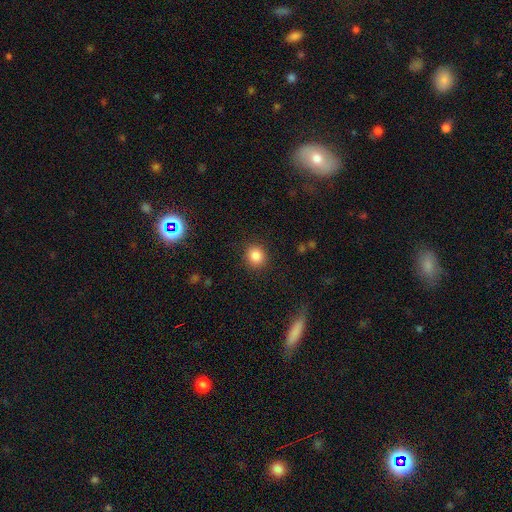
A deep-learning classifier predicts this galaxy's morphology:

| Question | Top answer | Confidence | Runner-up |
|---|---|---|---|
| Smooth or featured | smooth | 84% | star or artifact (11%) |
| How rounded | round | 87% | in between (12%) |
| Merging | none | 90% | minor disturbance (7%) |